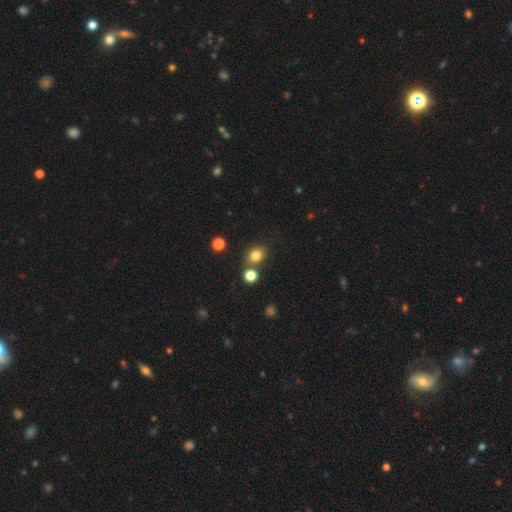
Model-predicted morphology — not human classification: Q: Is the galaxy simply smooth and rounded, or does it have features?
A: smooth — 80%.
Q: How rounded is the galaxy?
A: round — 62%.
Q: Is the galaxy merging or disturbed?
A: none — 71%.